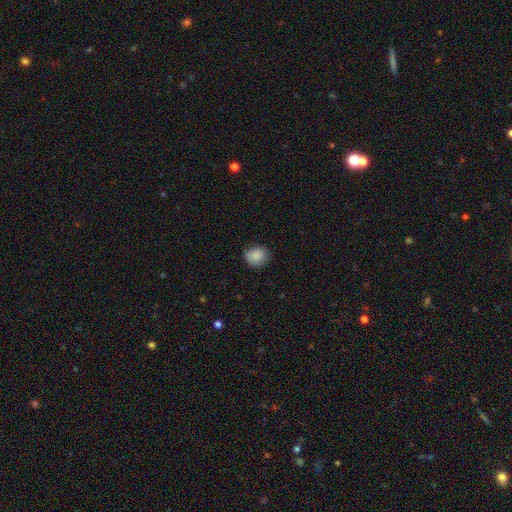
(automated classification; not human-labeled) Smooth or featured: smooth — 87% (star or artifact — 8%)
How rounded: round — 69% (in between — 30%)
Merging: none — 79% (minor disturbance — 17%)